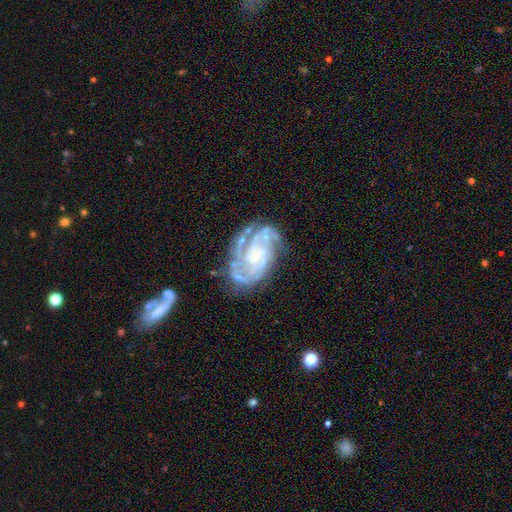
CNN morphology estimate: Q: Smooth or featured?
A: featured or disk (89%); runner-up: star or artifact (6%)
Q: Edge-on disk?
A: no (97%); runner-up: yes (3%)
Q: Bar?
A: no (70%); runner-up: weak (23%)
Q: Spiral arms?
A: yes (97%); runner-up: no (3%)
Q: Spiral winding?
A: tight (61%); runner-up: medium (33%)
Q: Spiral arm count?
A: 3 (29%); runner-up: 2 (23%)
Q: Bulge size?
A: small (79%); runner-up: moderate (16%)
Q: Merging?
A: none (60%); runner-up: minor disturbance (23%)